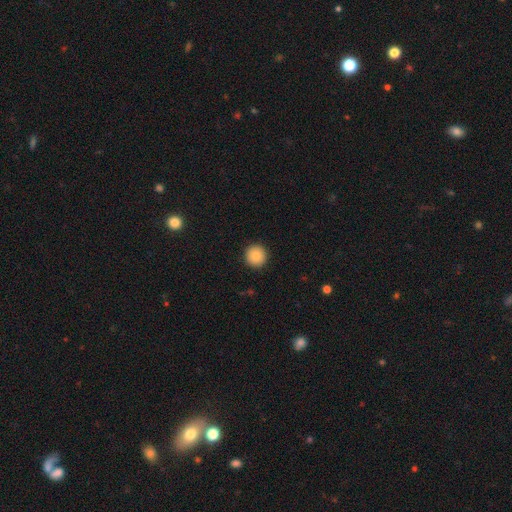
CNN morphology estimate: A smooth galaxy with no disk features (86%) that is round (96%).

Vote fractions:
- Smooth or featured? smooth: 86% / star or artifact: 9% / featured or disk: 5%
- How rounded? round: 96% / in between: 3% / cigar-shaped: 1%
- Merging? none: 93% / minor disturbance: 4% / major disturbance: 2% / merger: 1%